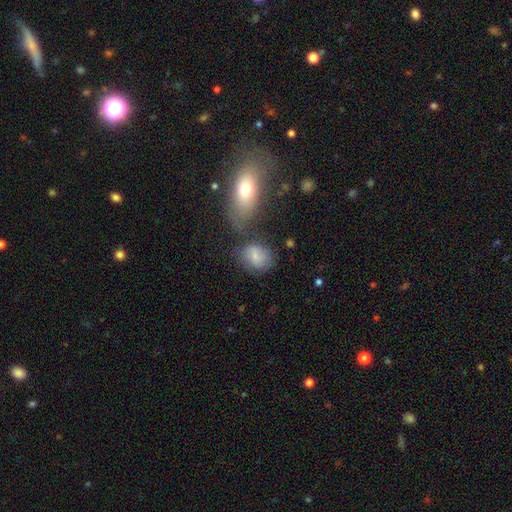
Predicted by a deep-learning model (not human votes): smooth-or-featured: smooth: 75% | featured or disk: 16% | star or artifact: 10%
  how-rounded: in between: 54% | round: 45% | cigar-shaped: 2%
  merging: none: 57% | minor disturbance: 18% | merger: 17% | major disturbance: 8%